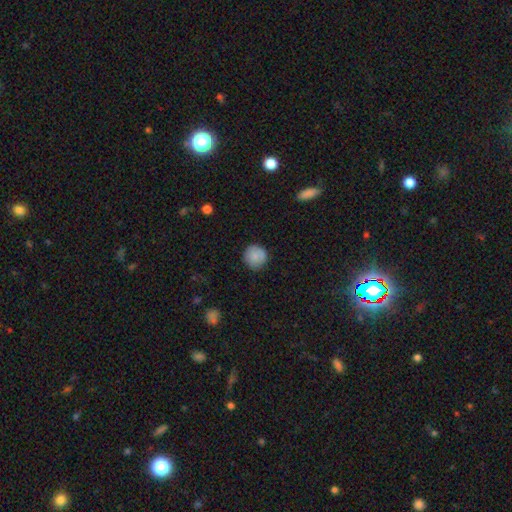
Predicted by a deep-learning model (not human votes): Morphology: type=smooth (84%); roundness=round (94%); merging=none (84%).